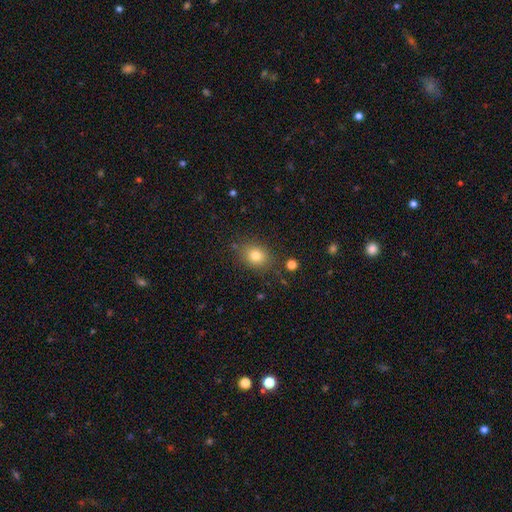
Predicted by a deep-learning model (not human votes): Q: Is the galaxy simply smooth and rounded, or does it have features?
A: smooth — 80%.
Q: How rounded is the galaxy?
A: round — 53%.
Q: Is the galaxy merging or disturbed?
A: none — 82%.